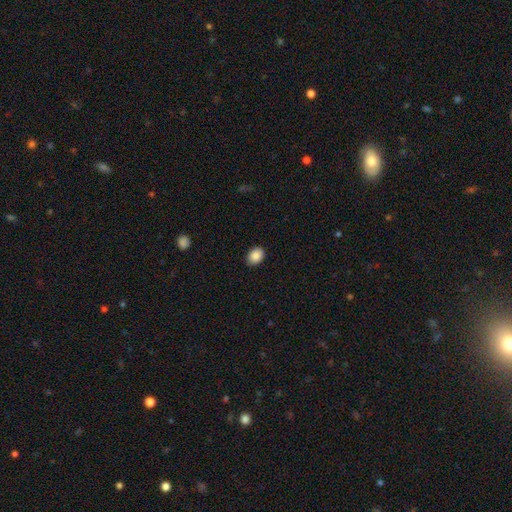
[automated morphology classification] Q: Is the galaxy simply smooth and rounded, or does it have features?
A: smooth — 88%.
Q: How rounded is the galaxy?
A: in between — 68%.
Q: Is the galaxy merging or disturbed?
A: none — 89%.